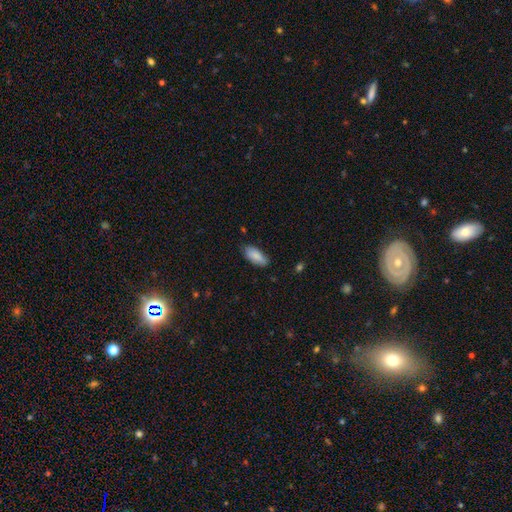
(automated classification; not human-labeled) smooth_or_featured: smooth (p=0.87) [alt: featured or disk p=0.07]
how_rounded: in between (p=0.82) [alt: cigar-shaped p=0.16]
merging: none (p=0.79) [alt: minor disturbance p=0.17]